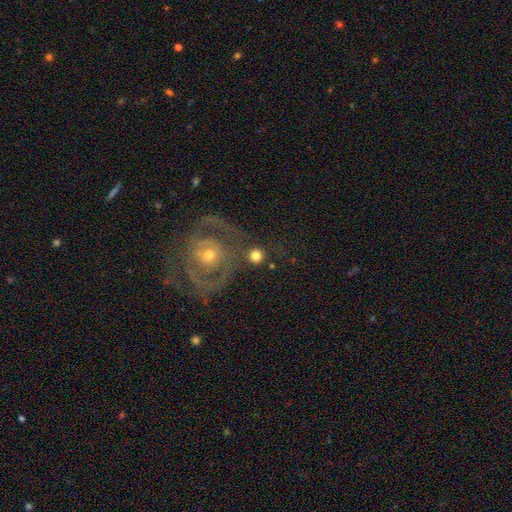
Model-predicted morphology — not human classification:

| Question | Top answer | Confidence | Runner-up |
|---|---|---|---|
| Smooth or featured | smooth | 68% | featured or disk (24%) |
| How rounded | round | 92% | in between (7%) |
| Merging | none | 70% | merger (14%) |